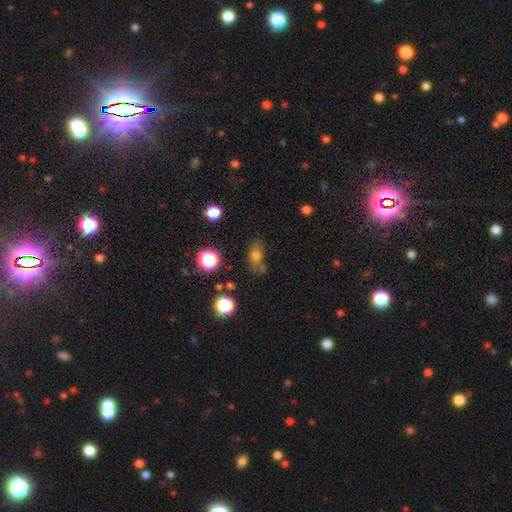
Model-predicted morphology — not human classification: smooth-or-featured: smooth: 70% | star or artifact: 16% | featured or disk: 13%
  how-rounded: in between: 70% | round: 24% | cigar-shaped: 6%
  merging: none: 58% | minor disturbance: 20% | merger: 14% | major disturbance: 8%